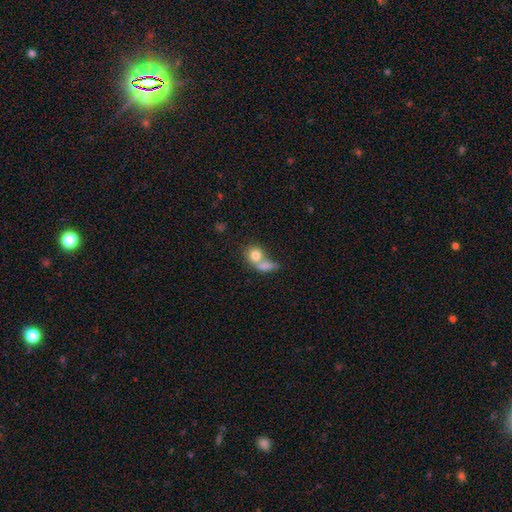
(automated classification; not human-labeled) Q: Smooth or featured?
A: smooth (77%); runner-up: featured or disk (15%)
Q: How rounded?
A: round (69%); runner-up: in between (29%)
Q: Merging?
A: merger (54%); runner-up: none (28%)